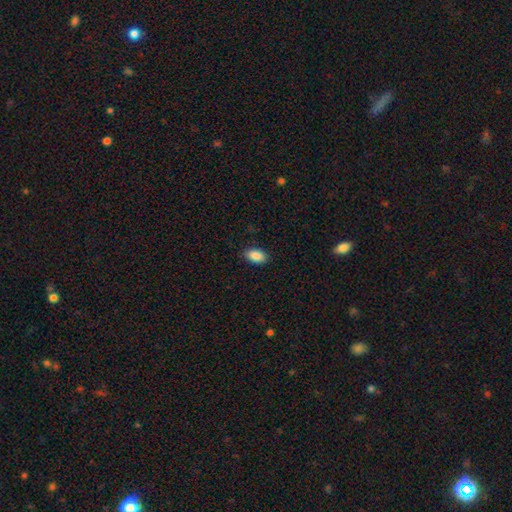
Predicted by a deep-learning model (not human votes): The model was most divided on "merging": none: 88%, minor disturbance: 9%, major disturbance: 2%, merger: 1%. More confident: how rounded — in between (93%); smooth or featured — smooth (89%).